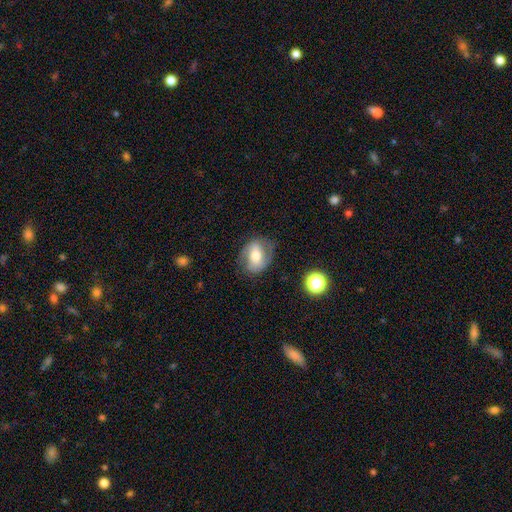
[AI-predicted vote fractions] Q: Smooth or featured?
A: featured or disk (54%); runner-up: smooth (38%)
Q: Edge-on disk?
A: no (95%); runner-up: yes (5%)
Q: Bar?
A: weak (36%); runner-up: strong (33%)
Q: Spiral arms?
A: yes (77%); runner-up: no (23%)
Q: Bulge size?
A: moderate (62%); runner-up: small (21%)
Q: Merging?
A: none (71%); runner-up: minor disturbance (19%)